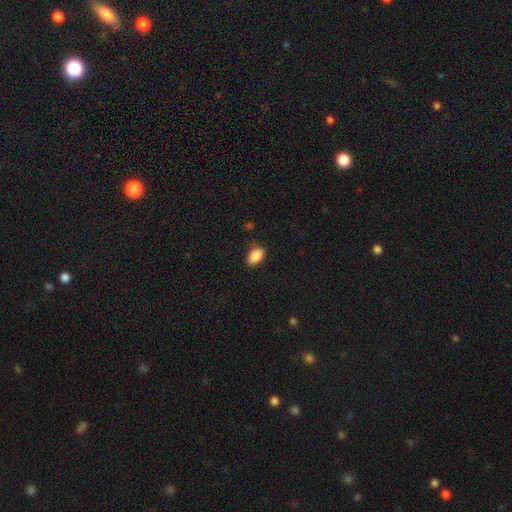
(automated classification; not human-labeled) Smooth or featured: smooth — 88% (star or artifact — 8%)
How rounded: in between — 89% (round — 10%)
Merging: none — 80% (minor disturbance — 15%)